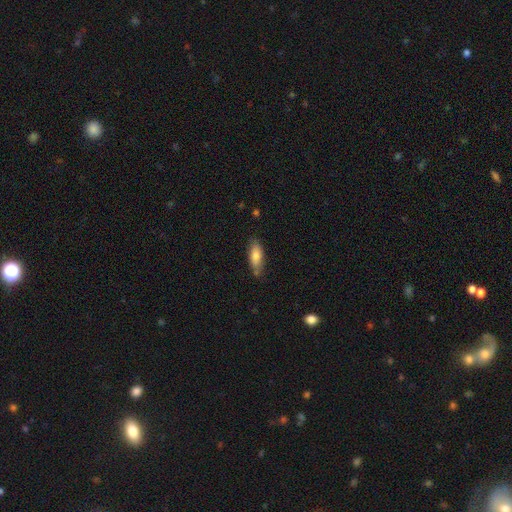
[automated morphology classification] The model was most divided on "how rounded": in between: 71%, cigar-shaped: 27%, round: 2%. More confident: smooth or featured — smooth (79%); merging — none (71%).